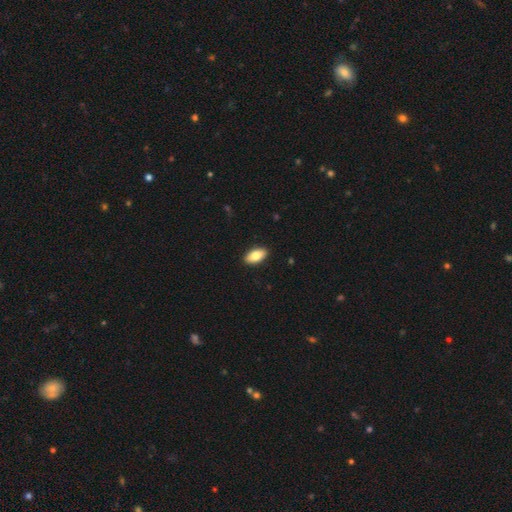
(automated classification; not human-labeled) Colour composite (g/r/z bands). It shows a smooth galaxy with no disk features (82%) that is in between round and cigar-shaped (92%). Merging: none (91%).